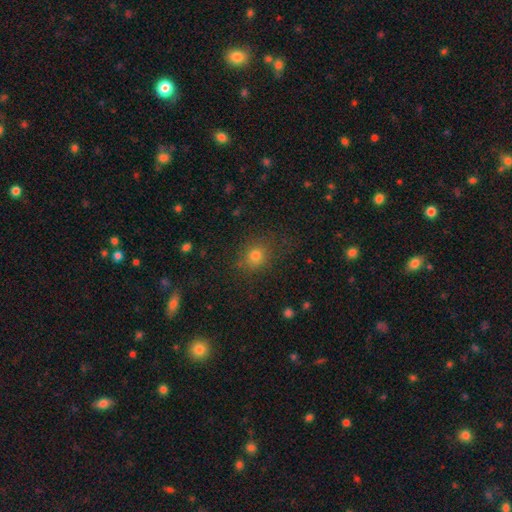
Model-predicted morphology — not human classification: type=smooth (77%); roundness=round (76%); merging=none (81%).